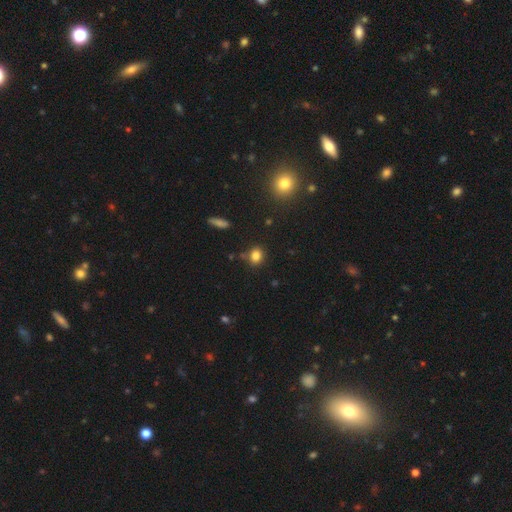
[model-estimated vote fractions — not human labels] A smooth galaxy with no disk features (82%) that is round (61%). Merging: none (78%).